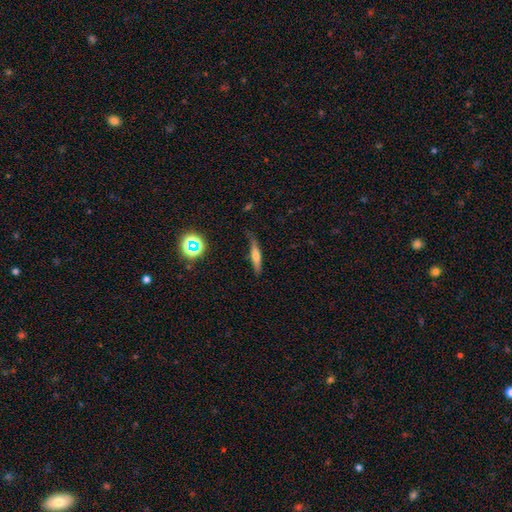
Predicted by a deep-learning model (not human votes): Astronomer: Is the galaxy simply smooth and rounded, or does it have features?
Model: smooth — 51% (runner-up: featured or disk, 38%).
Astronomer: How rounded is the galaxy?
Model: cigar-shaped — 84%.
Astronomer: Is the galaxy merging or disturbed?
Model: none — 74%.